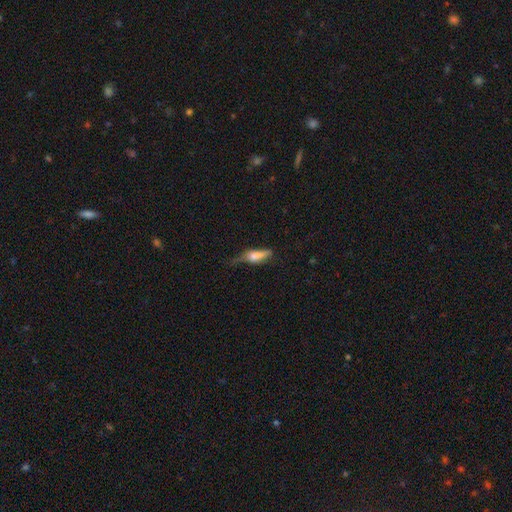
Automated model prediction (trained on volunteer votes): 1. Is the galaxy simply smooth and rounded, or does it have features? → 57% smooth, 34% featured or disk, 9% star or artifact.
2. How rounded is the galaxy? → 50% cigar-shaped, 46% in between, 4% round.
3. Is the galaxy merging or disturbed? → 38% none, 33% minor disturbance, 24% major disturbance, 5% merger.